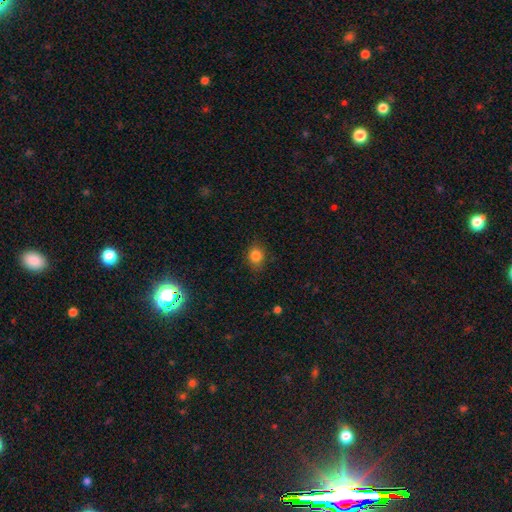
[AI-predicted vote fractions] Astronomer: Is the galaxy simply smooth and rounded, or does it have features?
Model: smooth — 83%.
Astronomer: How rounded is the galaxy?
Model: round — 56% (runner-up: in between, 42%).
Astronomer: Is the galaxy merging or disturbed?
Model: none — 82%.